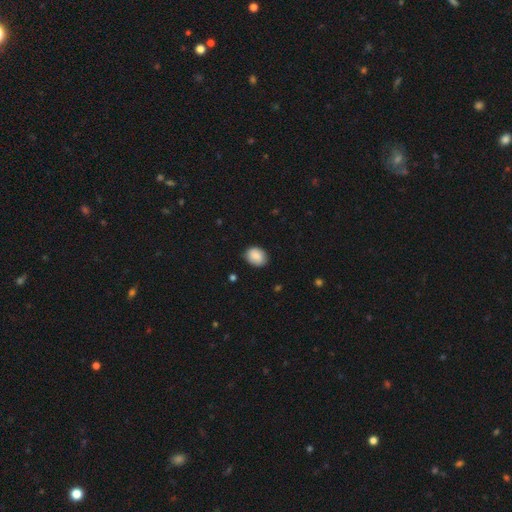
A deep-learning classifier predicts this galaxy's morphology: Smooth or featured?
  - smooth: 85% *
  - featured or disk: 8%
  - star or artifact: 7%
How rounded?
  - in between: 56% *
  - round: 43%
  - cigar-shaped: 1%
Merging?
  - none: 84% *
  - minor disturbance: 12%
  - major disturbance: 2%
  - merger: 1%